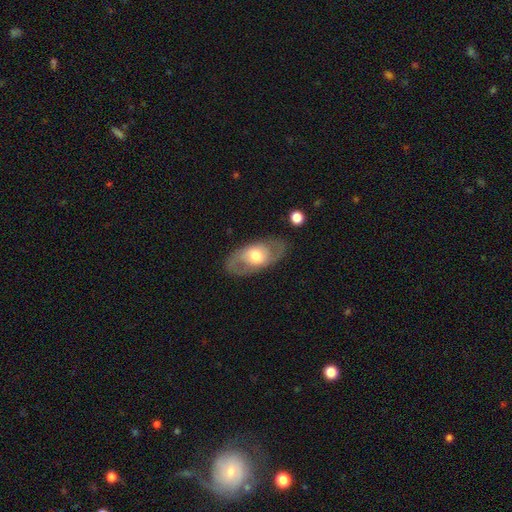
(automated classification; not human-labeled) Morphology: type=featured or disk (60%); edge-on=no (89%); bar=no (73%); spiral arms=yes (55%); bulge=moderate (63%); merging=none (80%).